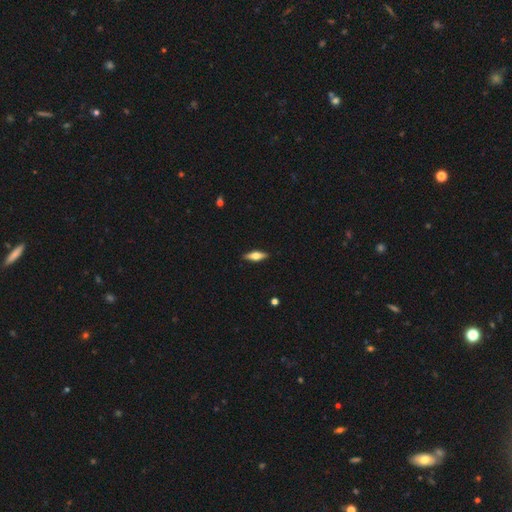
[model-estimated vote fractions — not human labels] The model was most divided on "smooth or featured": featured or disk: 48%, smooth: 46%, star or artifact: 6%. More confident: merging — none (90%).